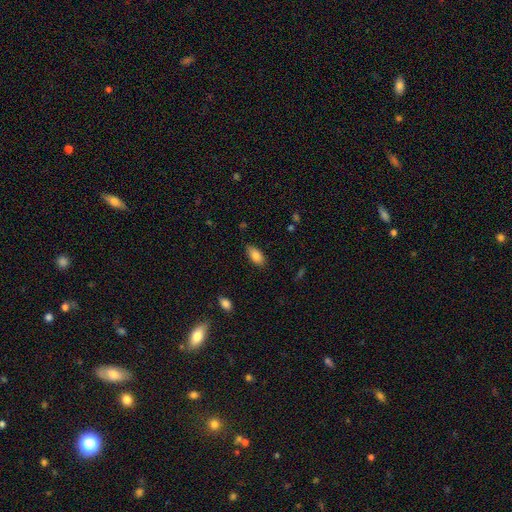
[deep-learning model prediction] The model was most divided on "merging": none: 85%, minor disturbance: 12%, major disturbance: 2%, merger: 1%. More confident: how rounded — in between (90%); smooth or featured — smooth (84%).